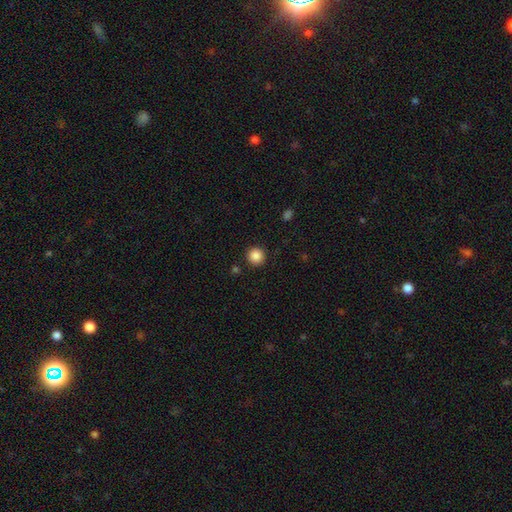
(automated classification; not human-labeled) This is clearly a smooth galaxy (87%). How rounded: clearly round (95%). Merging: clearly none (91%).